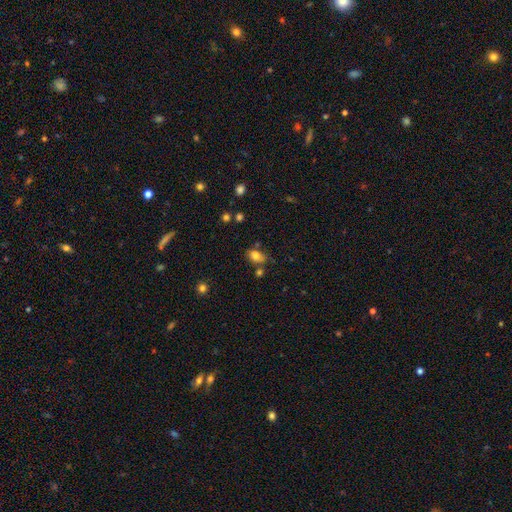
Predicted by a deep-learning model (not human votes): Q: Smooth or featured?
A: smooth (79%); runner-up: star or artifact (11%)
Q: How rounded?
A: in between (74%); runner-up: round (25%)
Q: Merging?
A: none (61%); runner-up: minor disturbance (20%)